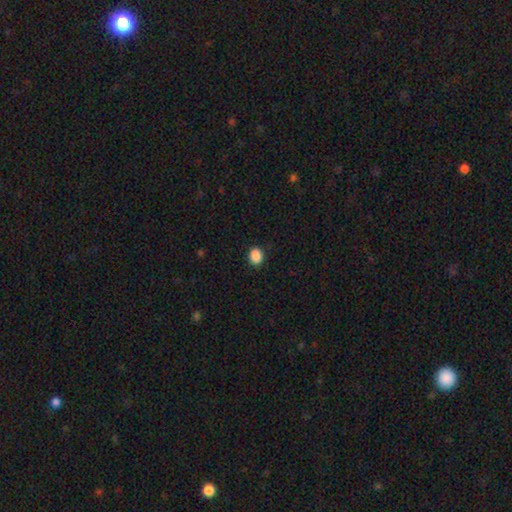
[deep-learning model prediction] This is clearly a smooth galaxy (88%). How rounded: likely round (61%). Merging: clearly none (88%).